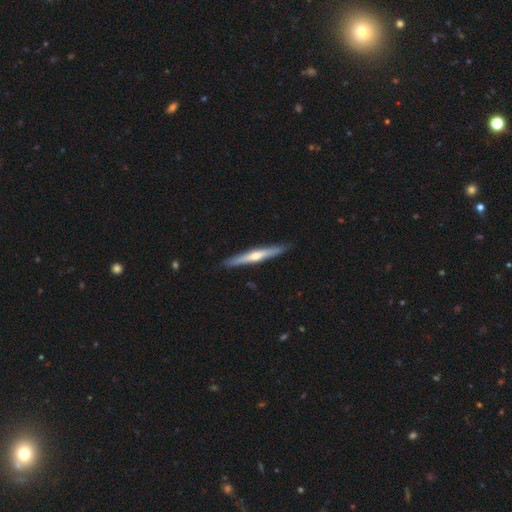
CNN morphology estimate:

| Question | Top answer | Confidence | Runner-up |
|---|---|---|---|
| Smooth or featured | featured or disk | 63% | smooth (32%) |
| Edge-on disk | yes | 96% | no (4%) |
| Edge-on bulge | rounded | 81% | none (15%) |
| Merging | none | 90% | minor disturbance (8%) |